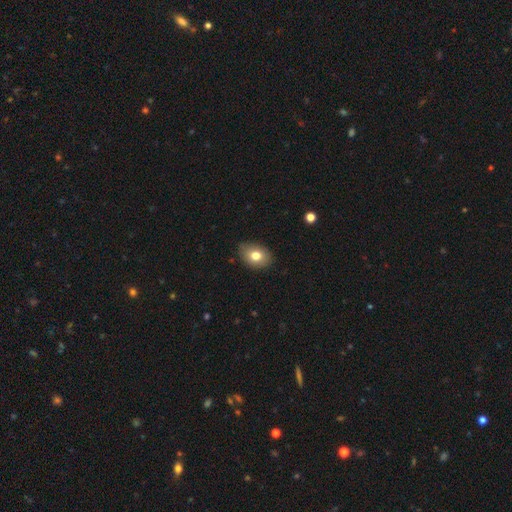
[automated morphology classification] Smooth or featured? smooth (77%)
How rounded? in between (75%)
Merging? none (82%)